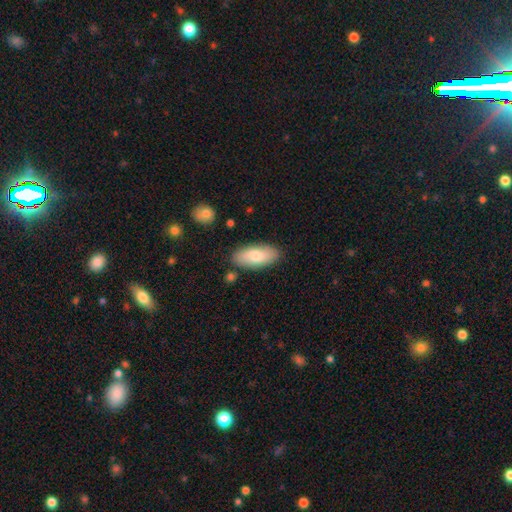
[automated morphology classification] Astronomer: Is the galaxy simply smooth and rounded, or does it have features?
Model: smooth — 78%.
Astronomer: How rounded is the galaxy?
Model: in between — 87%.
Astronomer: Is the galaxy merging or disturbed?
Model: none — 83%.